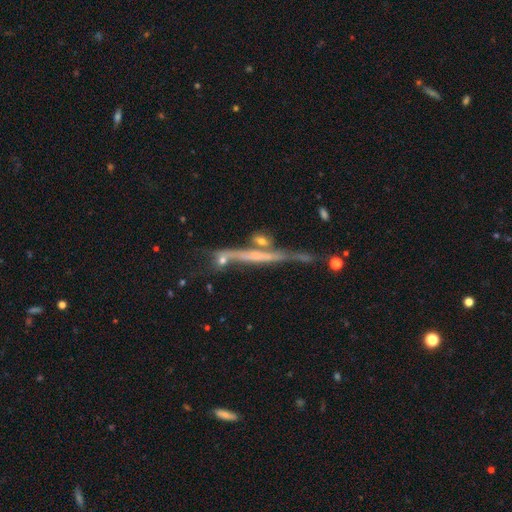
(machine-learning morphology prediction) The model was most divided on "merging": none: 48%, merger: 21%, minor disturbance: 19%, major disturbance: 12%. More confident: edge-on disk — yes (88%); edge-on bulge — none (73%); smooth or featured — featured or disk (68%).